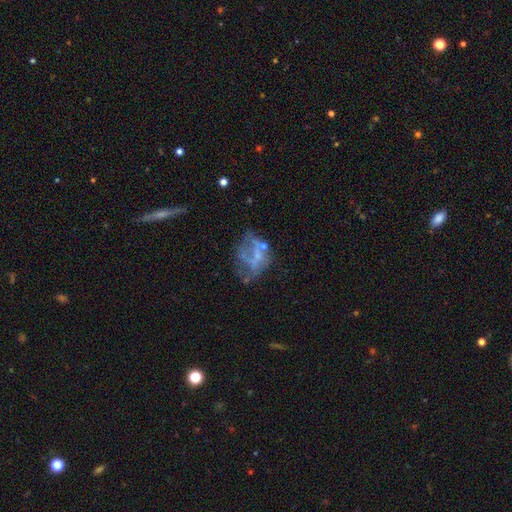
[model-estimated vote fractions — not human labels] Morphology: type=featured or disk (60%); edge-on=no (98%); bar=no (81%); spiral arms=no (83%); bulge=none (58%); merging=none (38%).